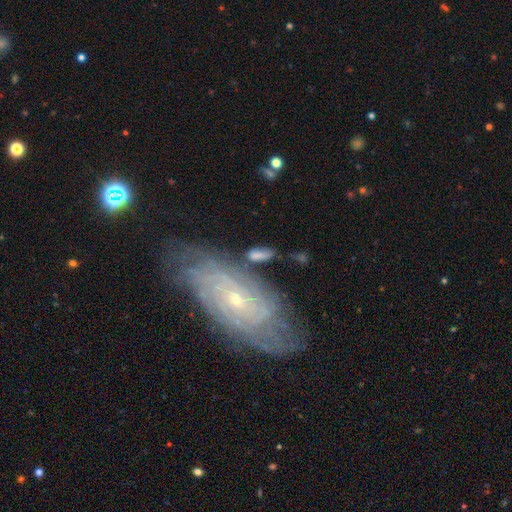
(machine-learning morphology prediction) Overall: smooth (53%; featured or disk 38%). How rounded: in between (77%). Merging: none (63%).